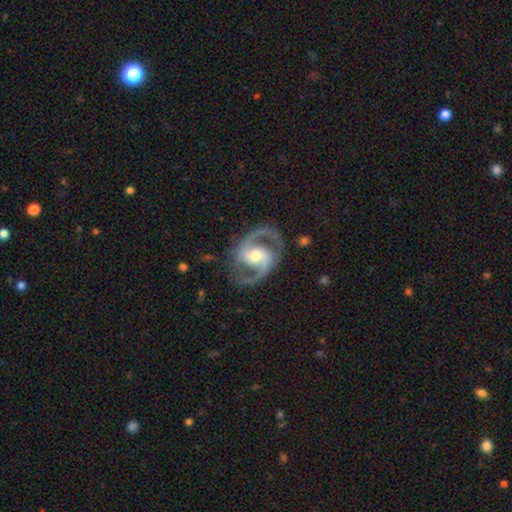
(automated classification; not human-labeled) A featured or disk galaxy (92%) with a weak bar (42%), 2 (94%) medium (65%) spiral arms (98%) and a moderate central bulge (68%). Merging: none (82%).